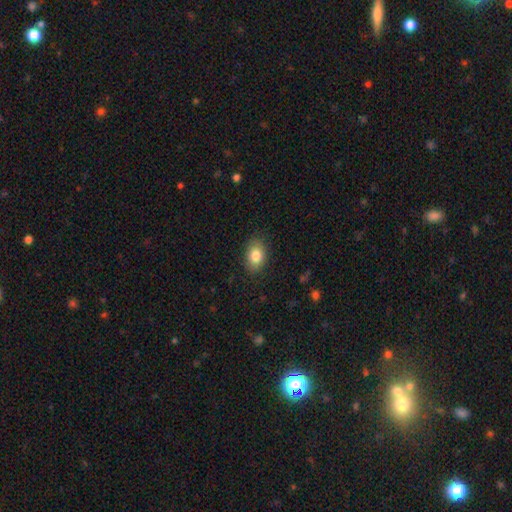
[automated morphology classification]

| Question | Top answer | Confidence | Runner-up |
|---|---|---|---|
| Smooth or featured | smooth | 83% | featured or disk (9%) |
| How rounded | in between | 83% | round (16%) |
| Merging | none | 86% | minor disturbance (11%) |